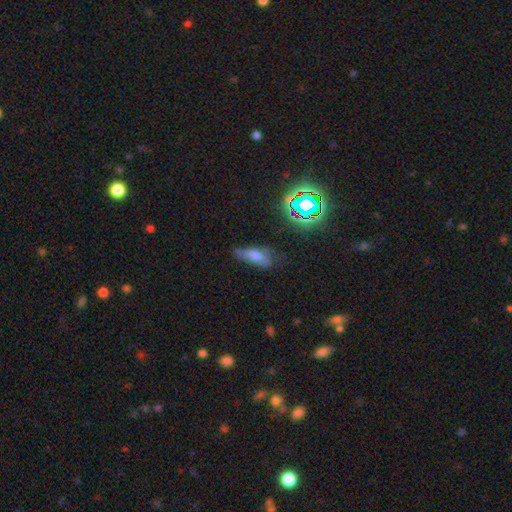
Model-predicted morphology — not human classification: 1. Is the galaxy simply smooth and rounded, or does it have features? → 58% smooth, 22% star or artifact, 20% featured or disk.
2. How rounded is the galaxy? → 65% in between, 31% cigar-shaped, 5% round.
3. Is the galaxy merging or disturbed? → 52% none, 32% minor disturbance, 14% major disturbance, 3% merger.